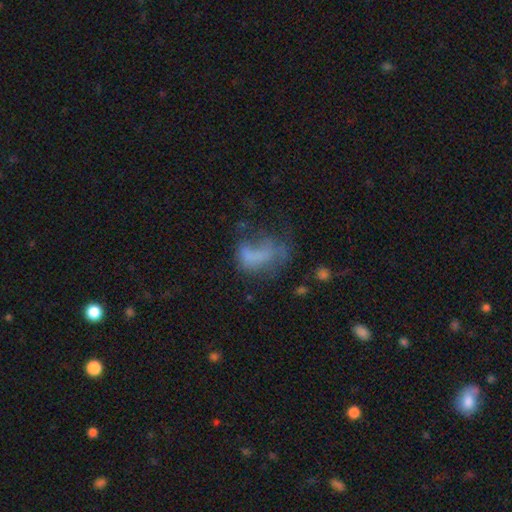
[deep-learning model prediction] Smooth or featured? Predicted: smooth (p=0.51). How rounded? Predicted: in between (p=0.80). Merging? Predicted: major disturbance (p=0.46).